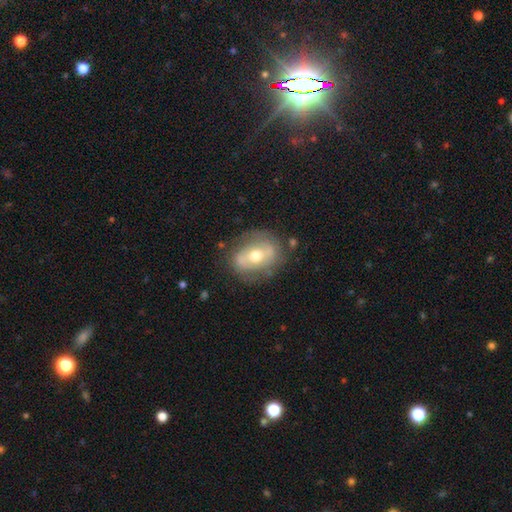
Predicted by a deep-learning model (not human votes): A featured or disk galaxy (59%) with no bar (42%), no spiral arms (54%) and a moderate central bulge (74%). Merging: none (73%).